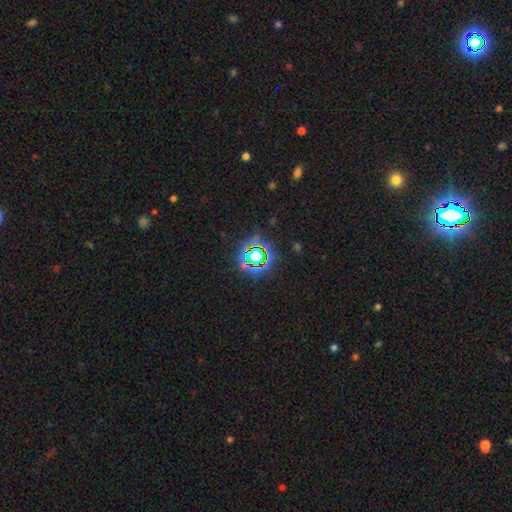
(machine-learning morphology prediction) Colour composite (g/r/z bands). It shows a star or artifact, not a galaxy (71%).